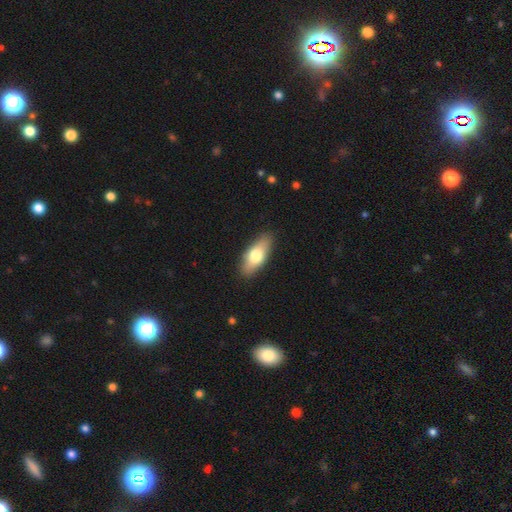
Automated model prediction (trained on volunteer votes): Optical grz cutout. It shows a smooth galaxy with no disk features (70%) that is in between round and cigar-shaped (76%). Merging: none (86%).